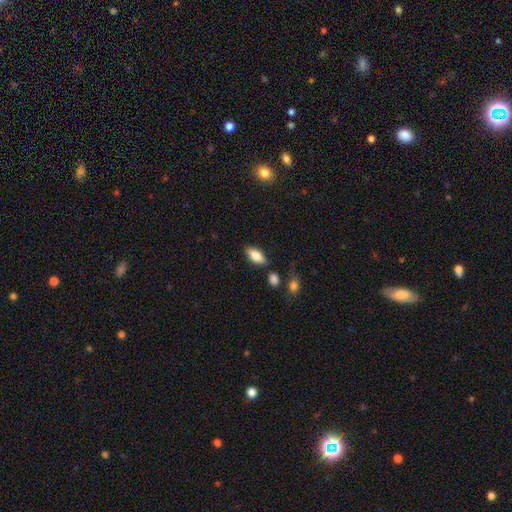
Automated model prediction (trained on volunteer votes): A smooth galaxy with no disk features (79%) that is in between round and cigar-shaped (85%). Merging: none (81%).